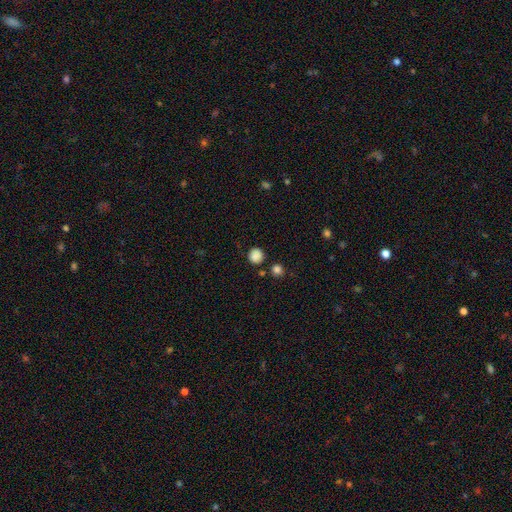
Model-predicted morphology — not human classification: Q: Smooth or featured?
A: smooth (86%); runner-up: star or artifact (11%)
Q: How rounded?
A: round (92%); runner-up: in between (7%)
Q: Merging?
A: none (83%); runner-up: minor disturbance (9%)